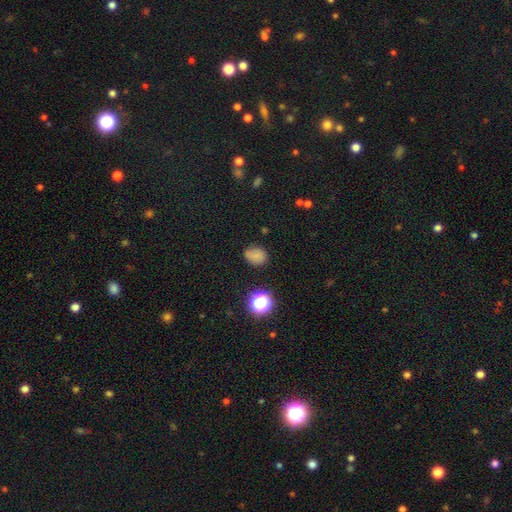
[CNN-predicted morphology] A smooth galaxy with no disk features (75%) that is round (51%).

Vote fractions:
- Smooth or featured? smooth: 75% / star or artifact: 17% / featured or disk: 7%
- How rounded? round: 51% / in between: 48% / cigar-shaped: 1%
- Merging? none: 77% / minor disturbance: 17% / major disturbance: 4% / merger: 2%